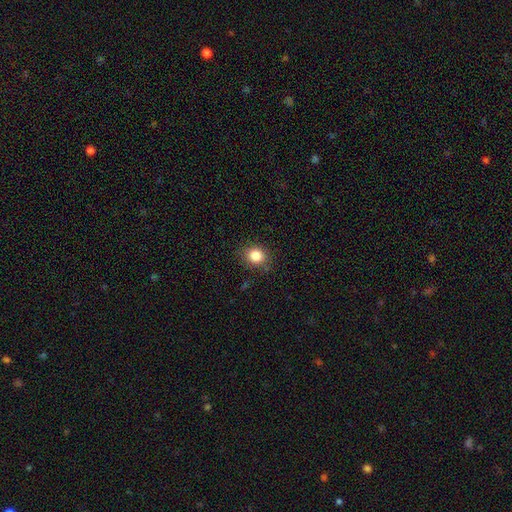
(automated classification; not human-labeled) Smooth or featured? Predicted: smooth (p=0.84). How rounded? Predicted: round (p=0.70). Merging? Predicted: none (p=0.82).